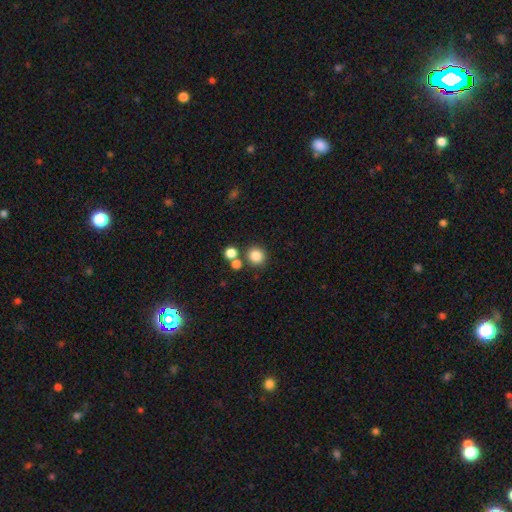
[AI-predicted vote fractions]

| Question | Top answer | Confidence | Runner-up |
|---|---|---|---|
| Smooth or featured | smooth | 83% | star or artifact (12%) |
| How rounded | round | 90% | in between (9%) |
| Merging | none | 74% | merger (15%) |